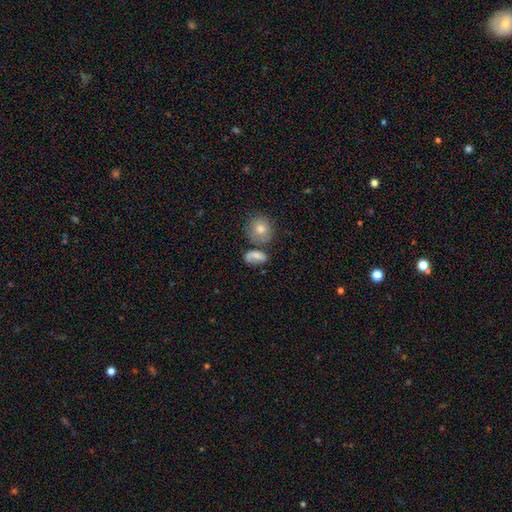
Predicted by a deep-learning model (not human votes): A smooth galaxy with no disk features (66%) that is in between round and cigar-shaped (74%).

Vote fractions:
- Smooth or featured? smooth: 66% / featured or disk: 22% / star or artifact: 12%
- How rounded? in between: 74% / round: 22% / cigar-shaped: 4%
- Merging? none: 44% / minor disturbance: 23% / merger: 19% / major disturbance: 15%